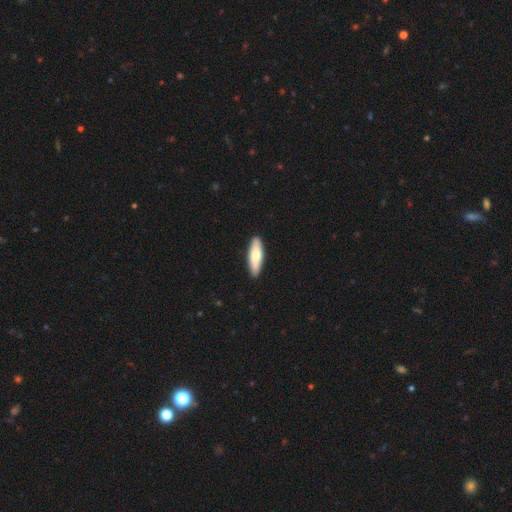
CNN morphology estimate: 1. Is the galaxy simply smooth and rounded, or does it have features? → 73% smooth, 23% featured or disk, 5% star or artifact.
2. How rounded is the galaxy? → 56% cigar-shaped, 42% in between, 2% round.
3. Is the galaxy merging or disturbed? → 91% none, 7% minor disturbance, 1% major disturbance, 1% merger.